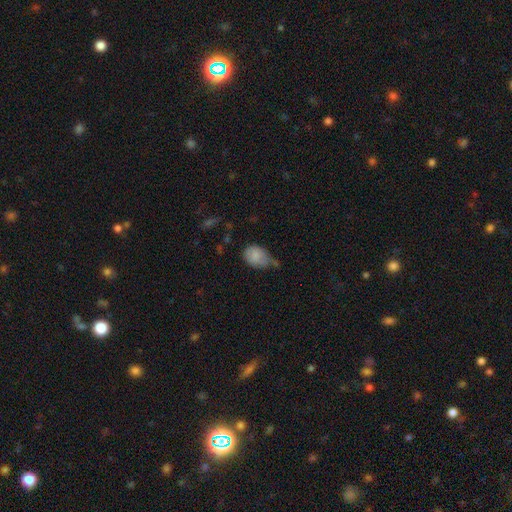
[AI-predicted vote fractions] Smooth or featured?
  - smooth: 81% *
  - featured or disk: 11%
  - star or artifact: 8%
How rounded?
  - in between: 66% *
  - round: 33%
  - cigar-shaped: 1%
Merging?
  - minor disturbance: 43% *
  - none: 33%
  - major disturbance: 15%
  - merger: 9%